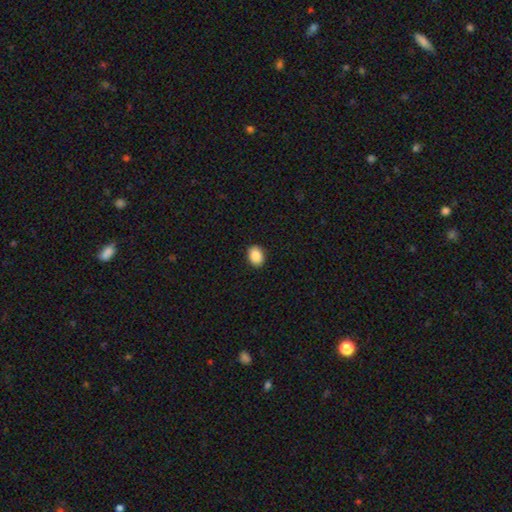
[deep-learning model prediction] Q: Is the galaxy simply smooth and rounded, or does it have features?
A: smooth — 89%.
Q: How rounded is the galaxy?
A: in between — 66%.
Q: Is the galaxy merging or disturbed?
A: none — 91%.